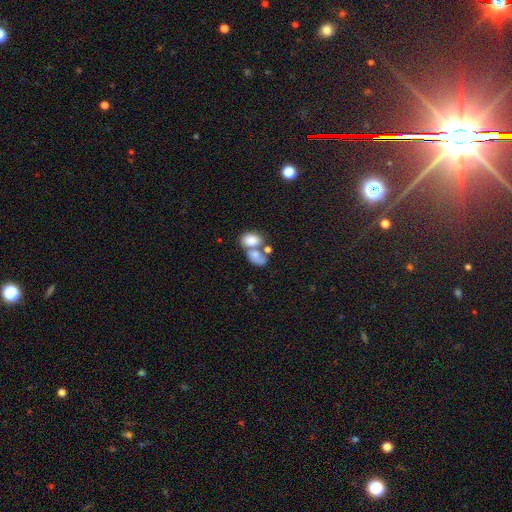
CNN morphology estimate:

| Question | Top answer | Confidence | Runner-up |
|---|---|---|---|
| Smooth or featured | smooth | 74% | featured or disk (16%) |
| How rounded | in between | 86% | round (13%) |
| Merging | merger | 60% | none (23%) |